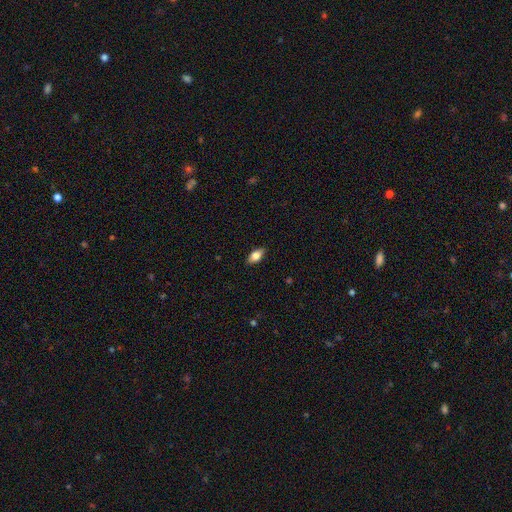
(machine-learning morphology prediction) The model was most divided on "smooth or featured": smooth: 77%, featured or disk: 15%, star or artifact: 7%. More confident: how rounded — in between (89%); merging — none (88%).